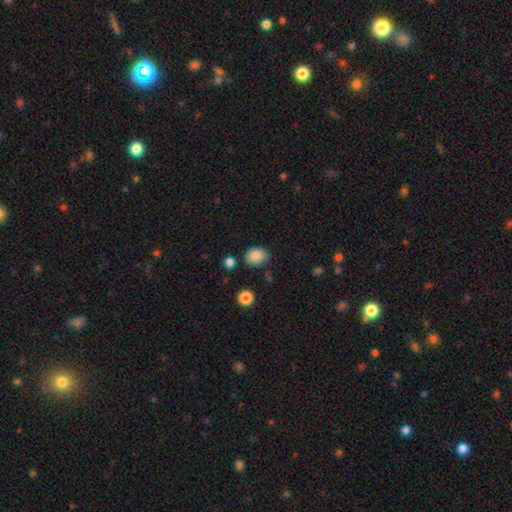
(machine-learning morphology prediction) smooth_or_featured: smooth (p=0.86) [alt: star or artifact p=0.09]
how_rounded: in between (p=0.59) [alt: round p=0.40]
merging: none (p=0.78) [alt: minor disturbance p=0.15]